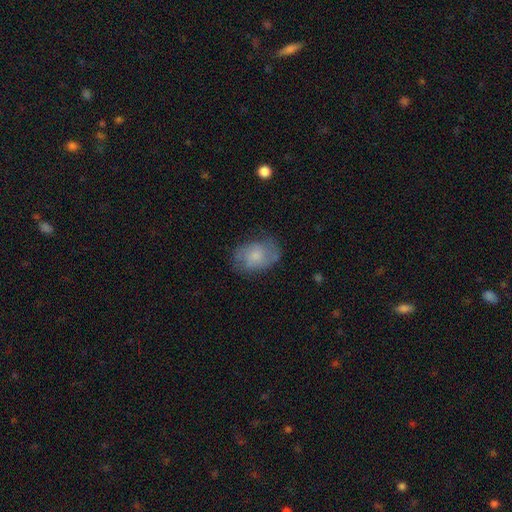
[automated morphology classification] This appears to be a smooth galaxy with no disk features (53%) that is in between round and cigar-shaped (76%). Merging: none (66%).